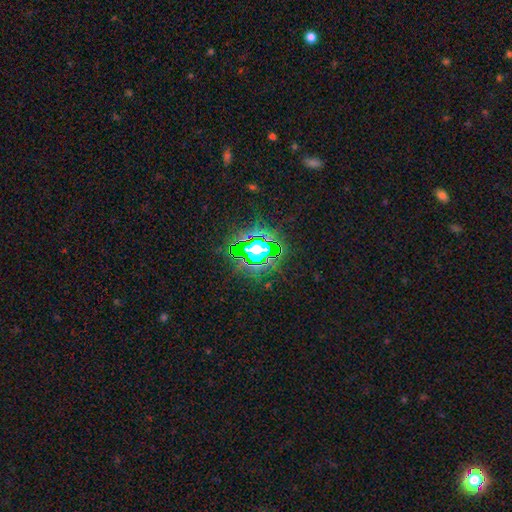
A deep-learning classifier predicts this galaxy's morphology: A star or artifact, not a galaxy (79%).

Vote fractions:
- Smooth or featured? star or artifact: 79% / smooth: 13% / featured or disk: 8%